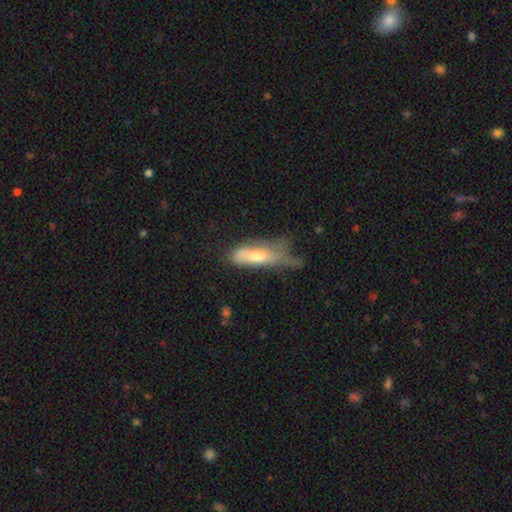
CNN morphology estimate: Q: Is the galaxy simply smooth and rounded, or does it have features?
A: smooth — 59%.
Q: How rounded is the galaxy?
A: cigar-shaped — 50%.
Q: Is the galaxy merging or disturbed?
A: major disturbance — 37%.